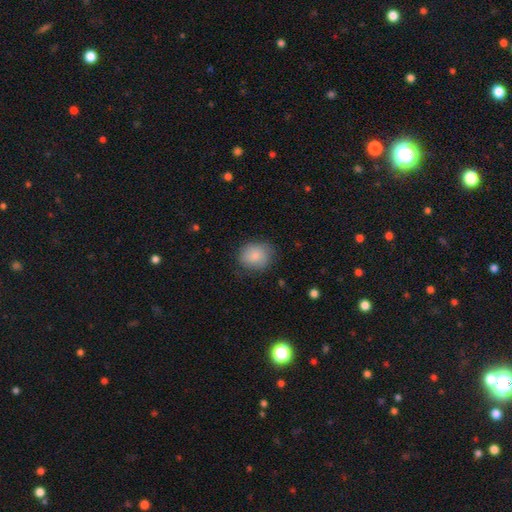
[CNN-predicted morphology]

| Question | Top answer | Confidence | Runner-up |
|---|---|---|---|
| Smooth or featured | smooth | 85% | featured or disk (8%) |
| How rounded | round | 72% | in between (27%) |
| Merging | none | 75% | minor disturbance (19%) |